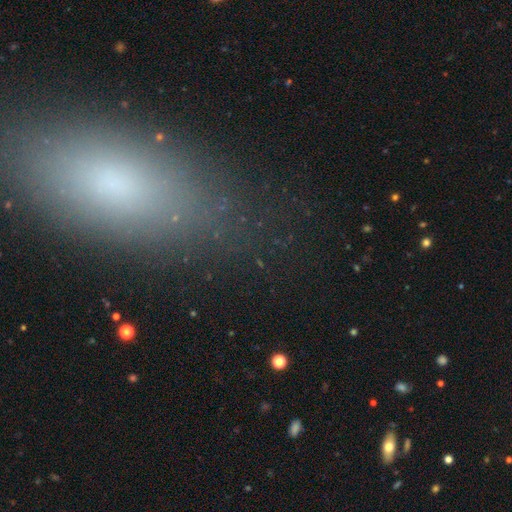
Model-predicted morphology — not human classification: Smooth or featured?
  - smooth: 67% *
  - star or artifact: 19%
  - featured or disk: 14%
How rounded?
  - in between: 76% *
  - cigar-shaped: 17%
  - round: 7%
Merging?
  - none: 82% *
  - minor disturbance: 11%
  - major disturbance: 4%
  - merger: 2%